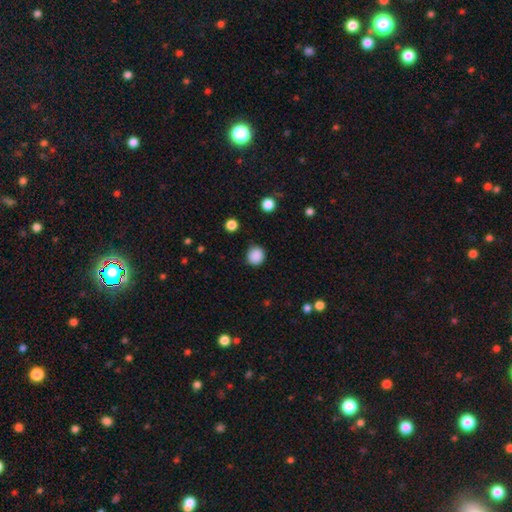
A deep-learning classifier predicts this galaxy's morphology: type=smooth (87%); roundness=round (89%); merging=none (86%).